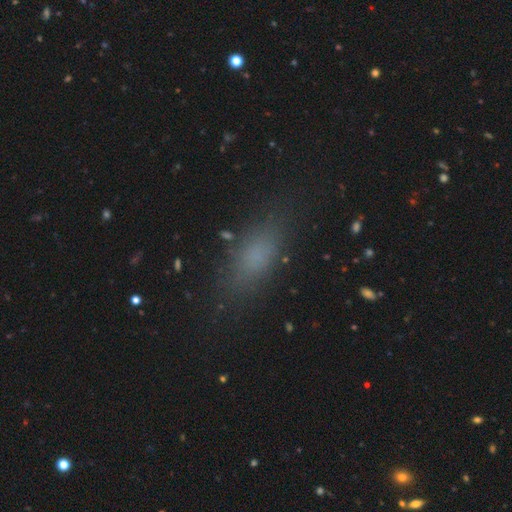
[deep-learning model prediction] Overall: smooth (74%). How rounded: in between (75%). Merging: none (80%).